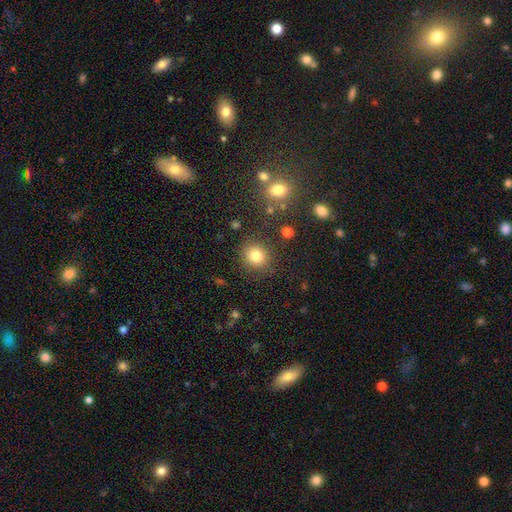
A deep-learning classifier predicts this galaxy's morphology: This appears to be a smooth galaxy with no disk features (82%) that is round (82%). Merging: none (84%).